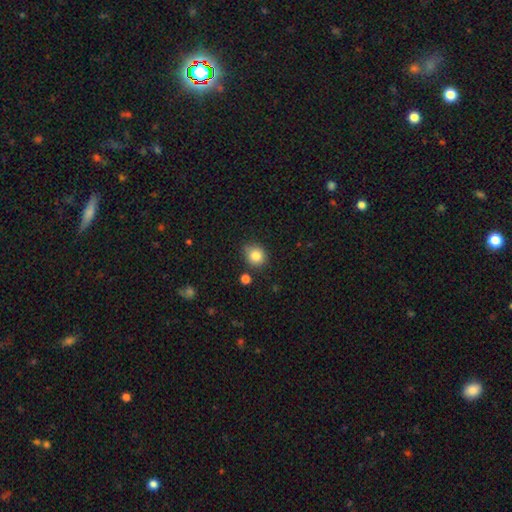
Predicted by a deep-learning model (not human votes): Smooth or featured?
  - smooth: 84% *
  - star or artifact: 10%
  - featured or disk: 6%
How rounded?
  - round: 79% *
  - in between: 21%
  - cigar-shaped: 1%
Merging?
  - none: 76% *
  - minor disturbance: 16%
  - merger: 5%
  - major disturbance: 3%